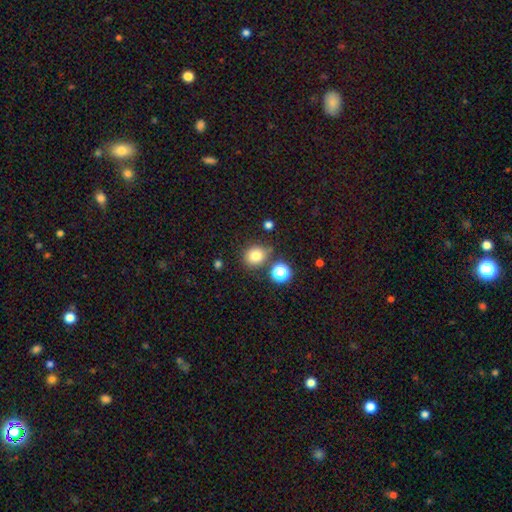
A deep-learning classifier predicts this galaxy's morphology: smooth-or-featured: smooth: 78% | star or artifact: 14% | featured or disk: 7%
  how-rounded: round: 81% | in between: 18% | cigar-shaped: 1%
  merging: none: 78% | minor disturbance: 10% | merger: 9% | major disturbance: 3%